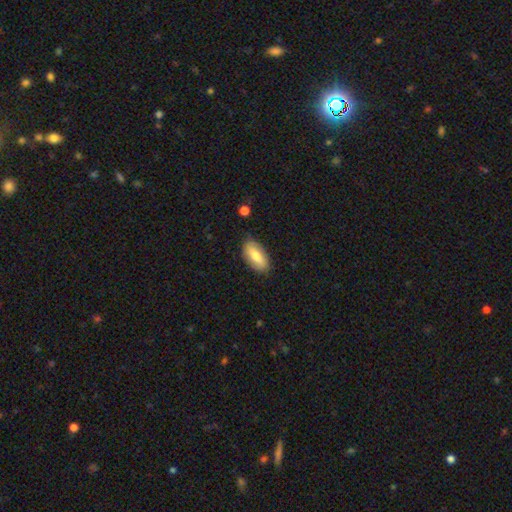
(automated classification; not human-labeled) The model was most divided on "smooth or featured": smooth: 74%, featured or disk: 20%, star or artifact: 6%. More confident: how rounded — in between (89%); merging — none (83%).